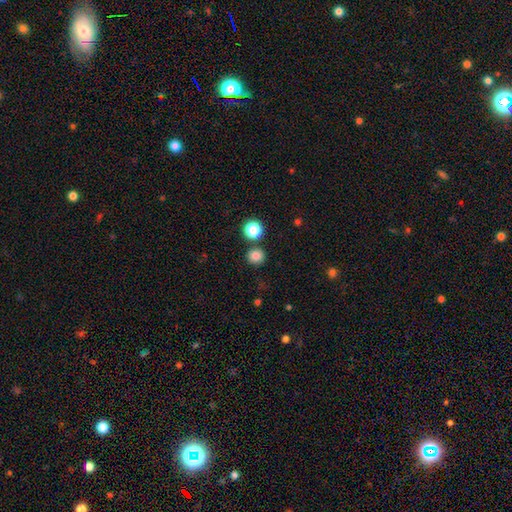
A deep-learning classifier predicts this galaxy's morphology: Smooth or featured?
  - smooth: 82% *
  - star or artifact: 13%
  - featured or disk: 5%
How rounded?
  - round: 91% *
  - in between: 8%
  - cigar-shaped: 1%
Merging?
  - none: 83% *
  - merger: 9%
  - minor disturbance: 6%
  - major disturbance: 2%